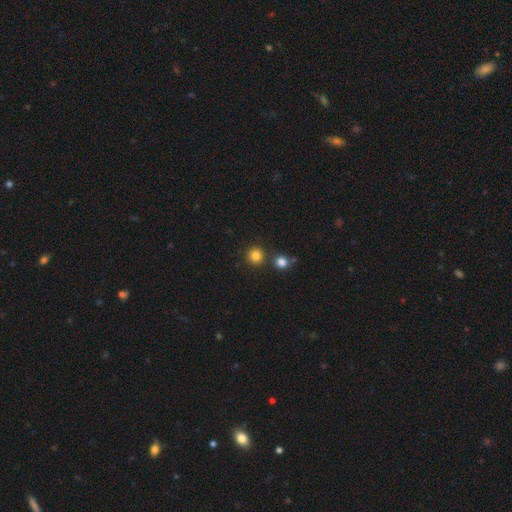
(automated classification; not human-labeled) Morphology: type=smooth (82%); roundness=round (94%); merging=none (81%).